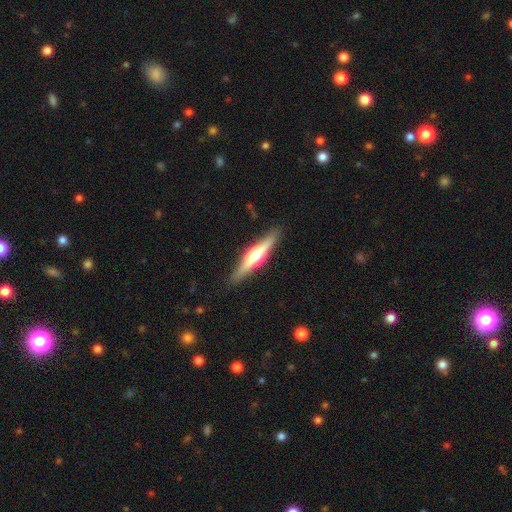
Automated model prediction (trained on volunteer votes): A featured or disk galaxy (71%) viewed edge-on (97%) with a rounded central bulge (93%).

Vote fractions:
- Smooth or featured? featured or disk: 71% / smooth: 24% / star or artifact: 5%
- Edge-on disk? yes: 97% / no: 3%
- Edge-on bulge? rounded: 93% / boxy: 5% / none: 2%
- Merging? none: 90% / minor disturbance: 7% / major disturbance: 2% / merger: 1%